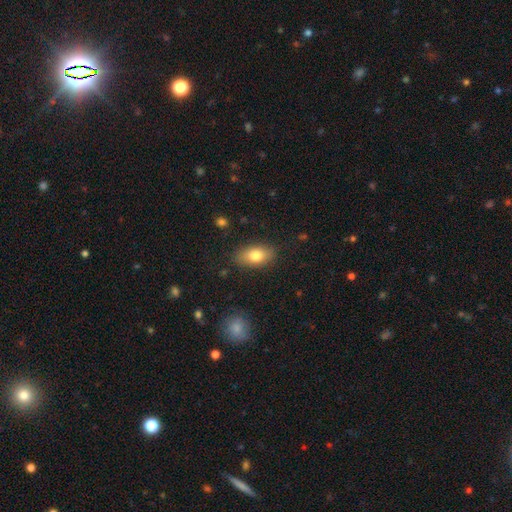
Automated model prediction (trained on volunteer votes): Morphology: type=smooth (78%); roundness=in between (89%); merging=none (84%).